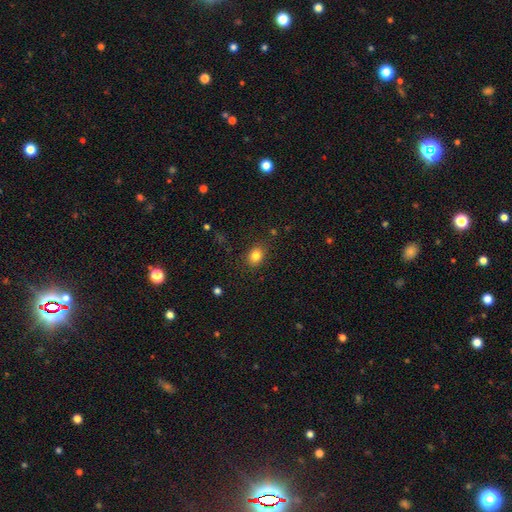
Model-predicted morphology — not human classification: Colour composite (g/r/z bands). It shows a smooth galaxy with no disk features (82%) that is in between round and cigar-shaped (52%). Merging: none (86%).